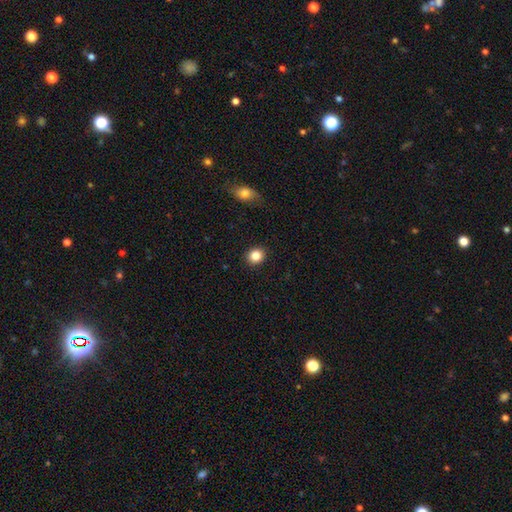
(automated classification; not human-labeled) Smooth or featured: smooth — 84% (star or artifact — 10%)
How rounded: round — 79% (in between — 20%)
Merging: none — 91% (minor disturbance — 6%)